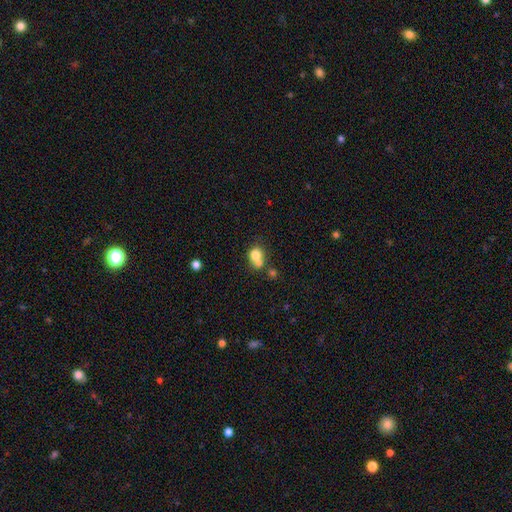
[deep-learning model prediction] Q: Smooth or featured?
A: smooth (76%); runner-up: featured or disk (13%)
Q: How rounded?
A: round (68%); runner-up: in between (31%)
Q: Merging?
A: merger (51%); runner-up: none (34%)